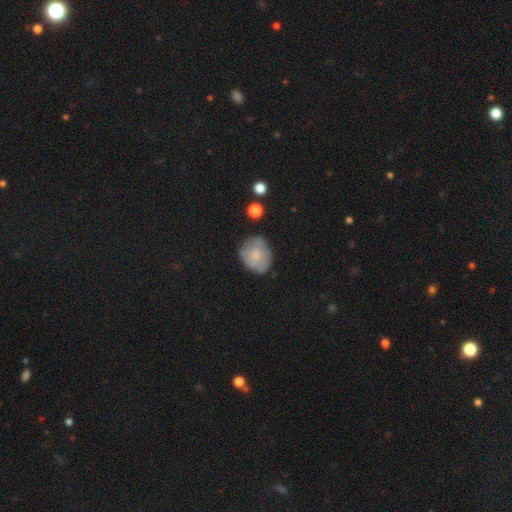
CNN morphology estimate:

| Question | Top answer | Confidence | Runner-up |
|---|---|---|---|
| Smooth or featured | smooth | 68% | featured or disk (25%) |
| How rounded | round | 53% | in between (46%) |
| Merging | none | 66% | minor disturbance (24%) |